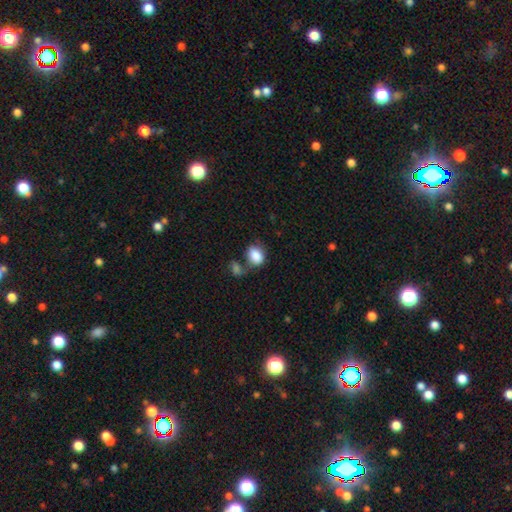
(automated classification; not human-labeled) A smooth galaxy with no disk features (85%) that is in between round and cigar-shaped (74%). Merging: none (42%).